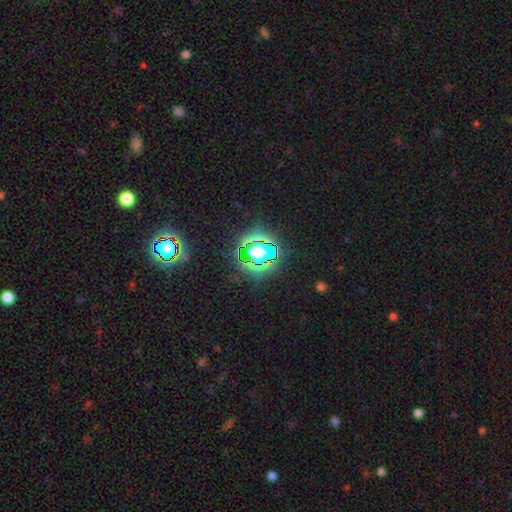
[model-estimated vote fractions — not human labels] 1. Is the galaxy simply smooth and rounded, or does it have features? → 79% star or artifact, 13% smooth, 8% featured or disk.